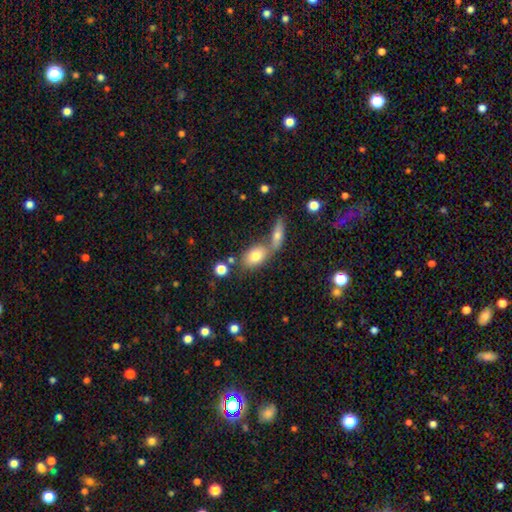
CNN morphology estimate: type=smooth (76%); roundness=in between (85%); merging=none (46%).